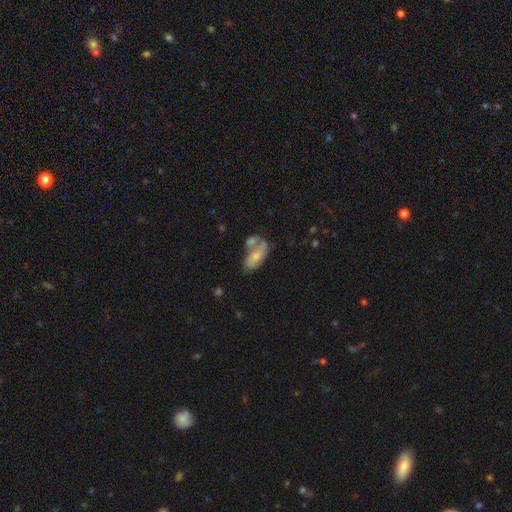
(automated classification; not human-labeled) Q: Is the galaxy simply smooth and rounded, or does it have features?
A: smooth — 55%.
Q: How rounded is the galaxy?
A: in between — 87%.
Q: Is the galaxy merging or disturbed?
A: merger — 42%.